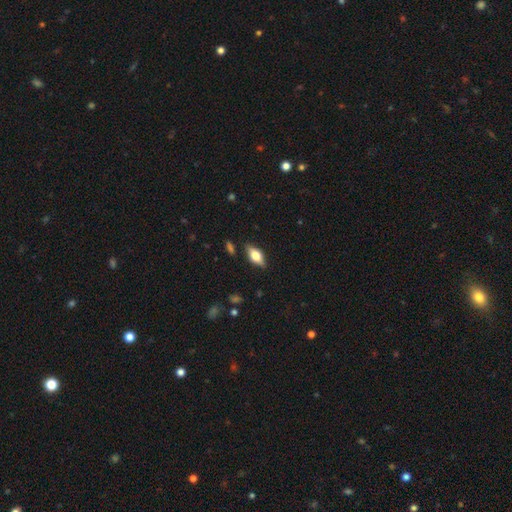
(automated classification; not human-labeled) This appears to be a featured or disk galaxy (46%, tied with smooth). Merging: none (84%).